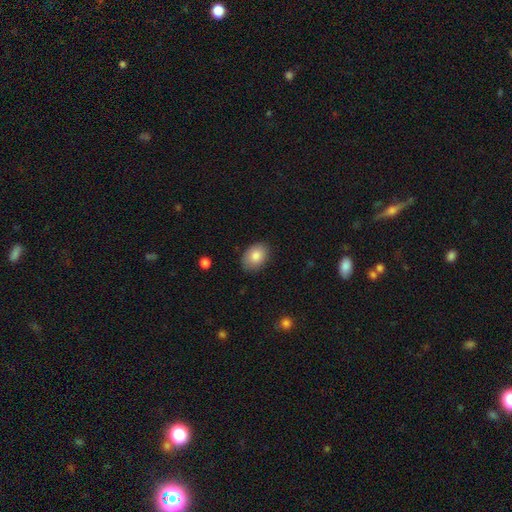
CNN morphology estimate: Overall: smooth (84%). How rounded: in between (80%). Merging: none (83%).